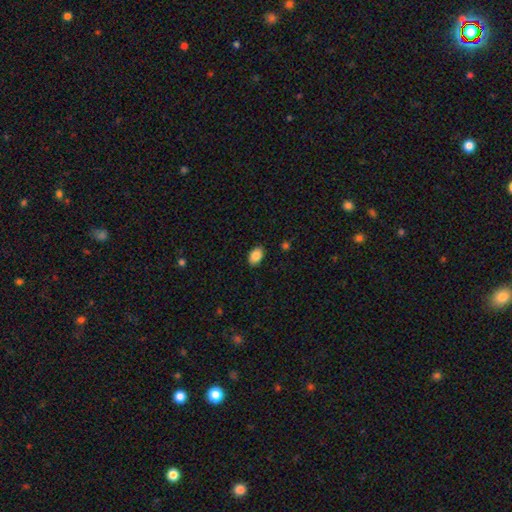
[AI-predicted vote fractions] This is clearly a smooth galaxy (87%). How rounded: clearly in between (85%). Merging: clearly none (87%).